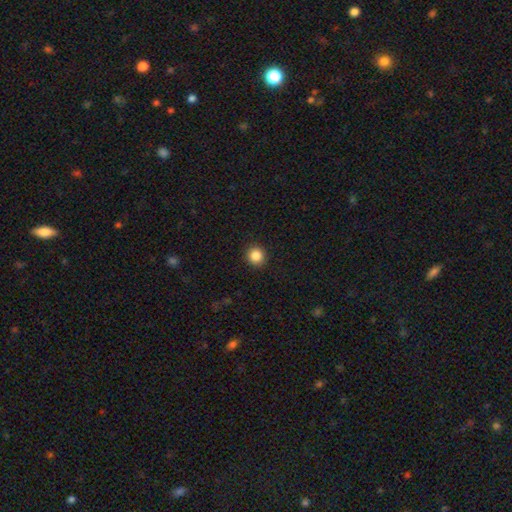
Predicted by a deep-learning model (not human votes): The model was most divided on "smooth or featured": smooth: 85%, star or artifact: 11%, featured or disk: 4%. More confident: how rounded — round (94%); merging — none (92%).